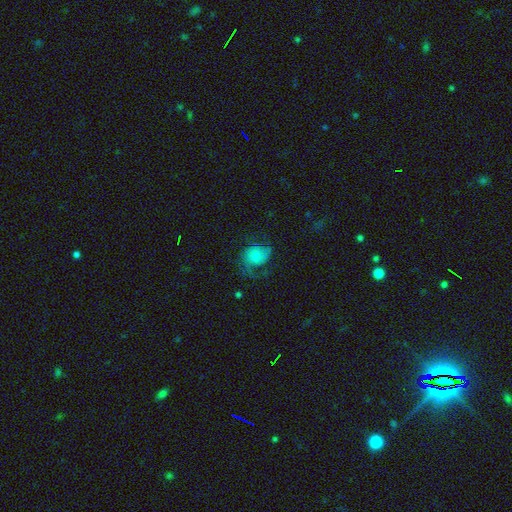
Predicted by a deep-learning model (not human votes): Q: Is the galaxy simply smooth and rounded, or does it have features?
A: featured or disk — 48%.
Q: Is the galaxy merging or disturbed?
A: none — 47%.